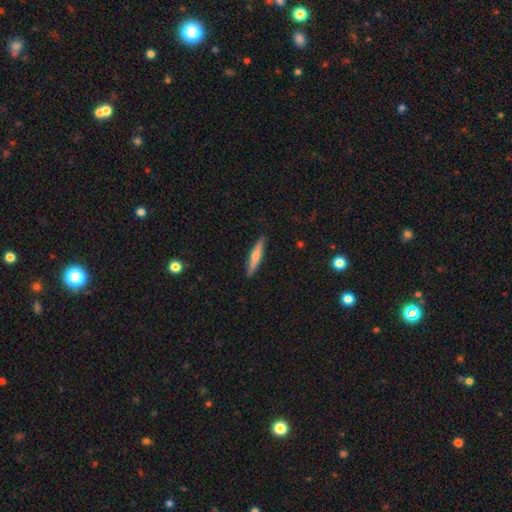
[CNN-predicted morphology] Q: Smooth or featured?
A: featured or disk (49%); runner-up: smooth (45%)
Q: Merging?
A: none (91%); runner-up: minor disturbance (7%)